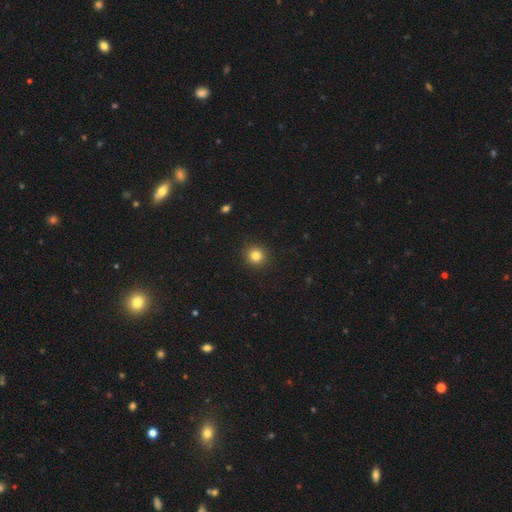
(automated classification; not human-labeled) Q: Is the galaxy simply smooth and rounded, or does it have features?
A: smooth — 82%.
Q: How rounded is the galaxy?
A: round — 93%.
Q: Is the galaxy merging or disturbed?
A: none — 92%.